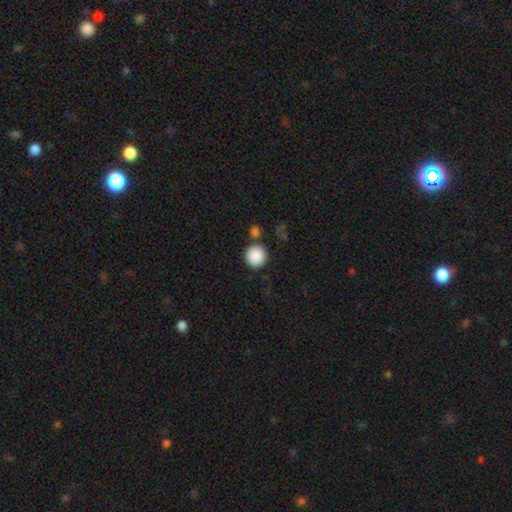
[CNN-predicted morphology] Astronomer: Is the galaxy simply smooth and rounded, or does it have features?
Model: smooth — 89%.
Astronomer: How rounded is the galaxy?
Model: round — 93%.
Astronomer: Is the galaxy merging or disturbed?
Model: none — 81%.